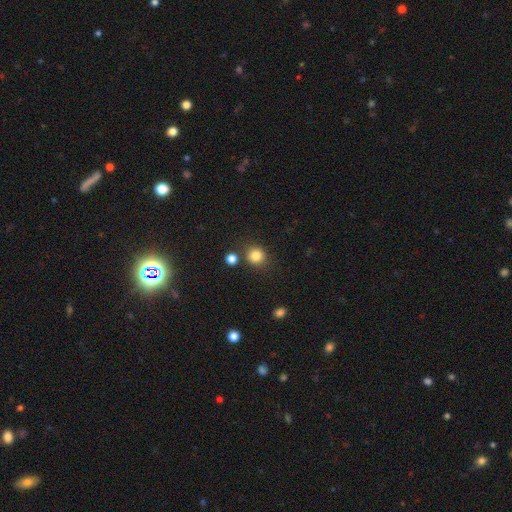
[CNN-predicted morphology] smooth 83%, star or artifact 12%, featured or disk 5%. Down the decision tree: how rounded — round (85%); merging — none (79%).